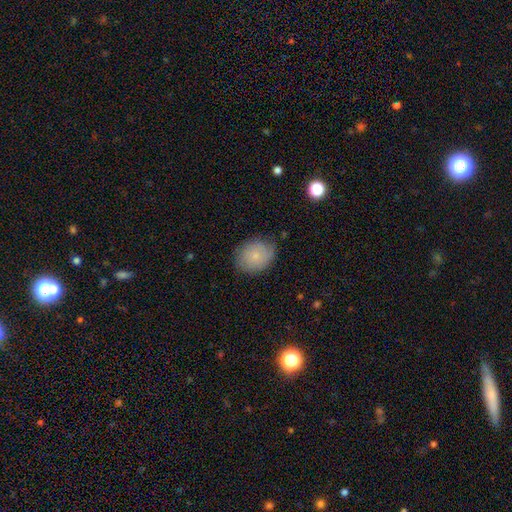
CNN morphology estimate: Smooth or featured: smooth — 71% (featured or disk — 21%)
How rounded: round — 54% (in between — 45%)
Merging: none — 74% (minor disturbance — 20%)